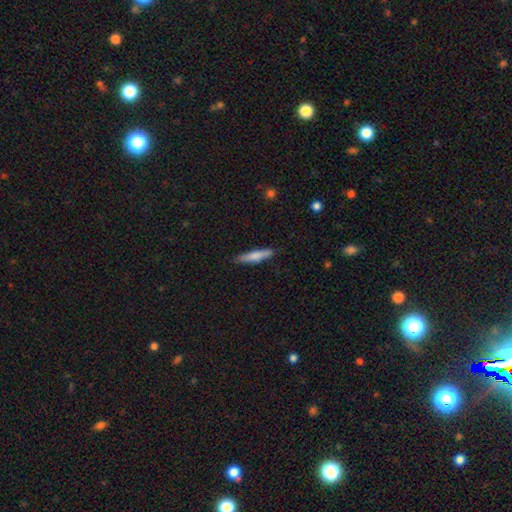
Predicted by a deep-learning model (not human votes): The model was most divided on "smooth or featured": smooth: 69%, featured or disk: 25%, star or artifact: 6%. More confident: how rounded — cigar-shaped (88%); merging — none (86%).